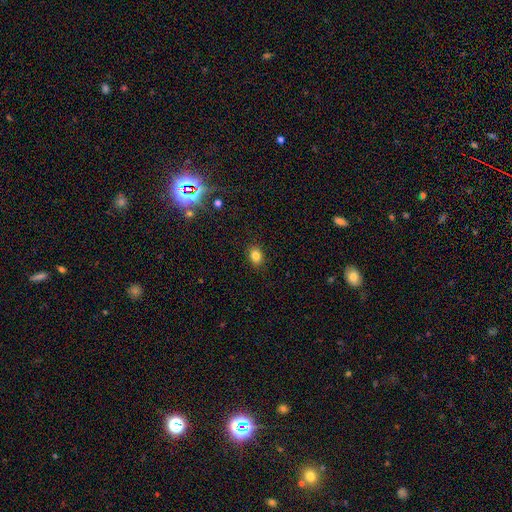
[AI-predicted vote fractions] smooth-or-featured: smooth: 82% | star or artifact: 11% | featured or disk: 6%
  how-rounded: in between: 58% | round: 41% | cigar-shaped: 1%
  merging: none: 89% | minor disturbance: 8% | major disturbance: 2% | merger: 1%